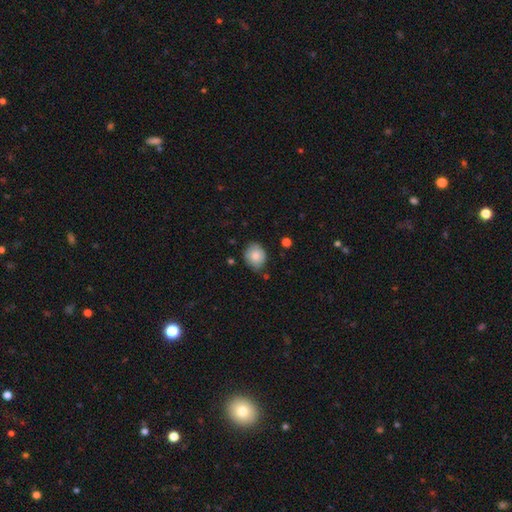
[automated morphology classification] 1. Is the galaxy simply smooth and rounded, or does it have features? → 82% smooth, 10% featured or disk, 8% star or artifact.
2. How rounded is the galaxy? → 68% round, 31% in between, 1% cigar-shaped.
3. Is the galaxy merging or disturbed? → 73% none, 21% minor disturbance, 3% major disturbance, 3% merger.